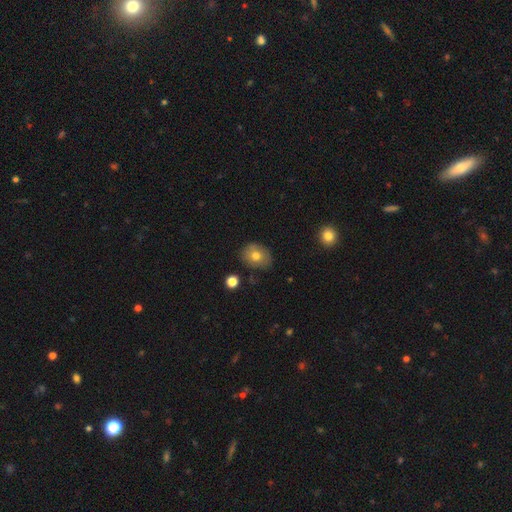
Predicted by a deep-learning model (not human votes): This is likely a smooth galaxy (71%). How rounded: possibly in between (54%). Merging: likely none (79%).